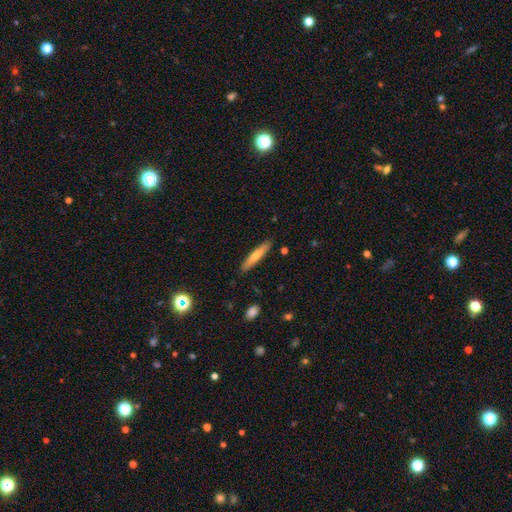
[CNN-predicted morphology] Smooth or featured: smooth — 63% (featured or disk — 31%)
How rounded: cigar-shaped — 90% (in between — 8%)
Merging: none — 88% (minor disturbance — 9%)